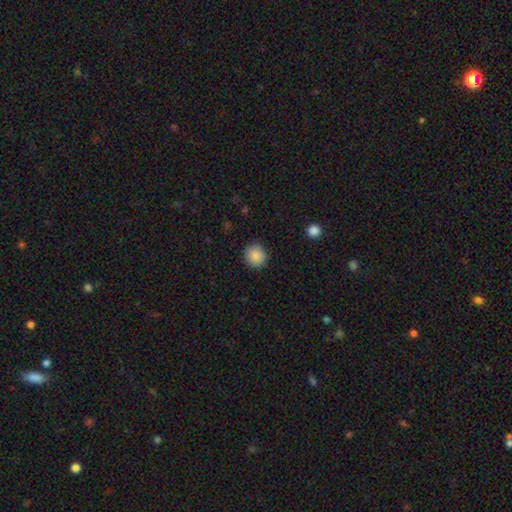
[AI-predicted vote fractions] smooth 87%, star or artifact 8%, featured or disk 4%. Down the decision tree: how rounded — round (86%); merging — none (90%).